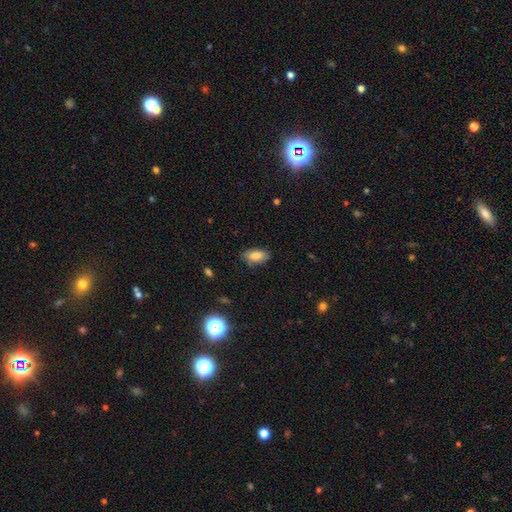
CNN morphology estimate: A smooth galaxy with no disk features (82%) that is in between round and cigar-shaped (91%).

Vote fractions:
- Smooth or featured? smooth: 82% / featured or disk: 10% / star or artifact: 8%
- How rounded? in between: 91% / round: 5% / cigar-shaped: 4%
- Merging? none: 76% / minor disturbance: 19% / major disturbance: 3% / merger: 1%